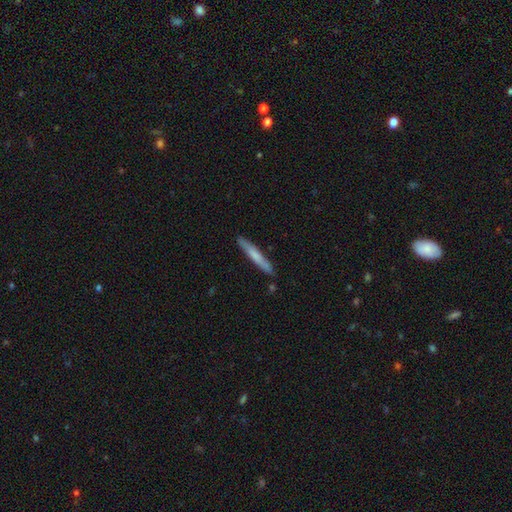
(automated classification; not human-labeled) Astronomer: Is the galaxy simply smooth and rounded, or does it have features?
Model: smooth — 63%.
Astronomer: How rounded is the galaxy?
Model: cigar-shaped — 95%.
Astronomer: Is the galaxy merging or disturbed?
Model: none — 88%.